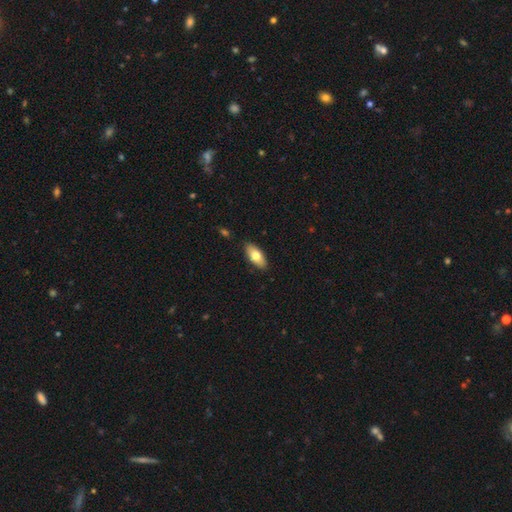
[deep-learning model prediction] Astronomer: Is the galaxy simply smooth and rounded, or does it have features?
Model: smooth — 74%.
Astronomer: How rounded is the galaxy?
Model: in between — 87%.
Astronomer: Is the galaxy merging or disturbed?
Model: none — 88%.